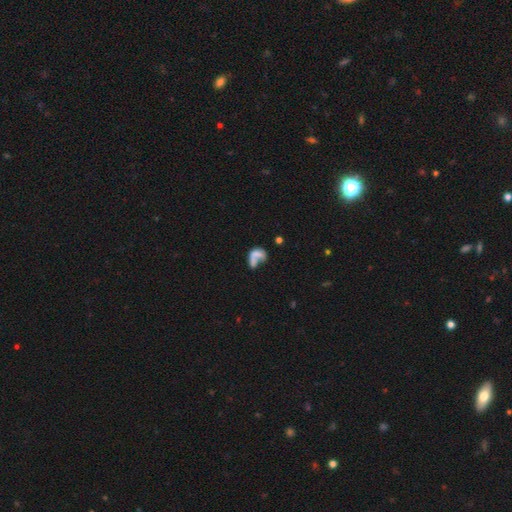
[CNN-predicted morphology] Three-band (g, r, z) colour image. It shows a smooth galaxy with no disk features (47%). Merging: major disturbance (36%).